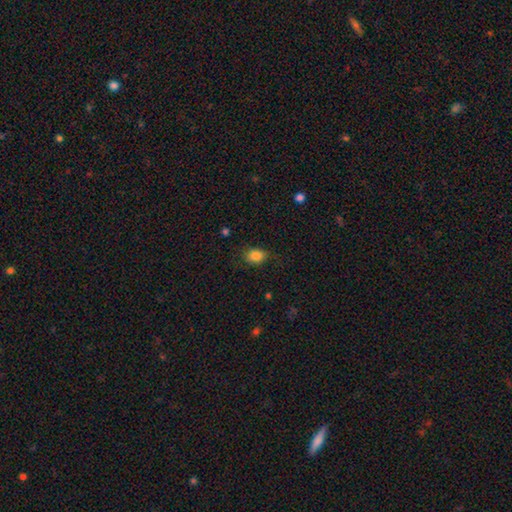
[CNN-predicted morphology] Smooth or featured: smooth — 85% (star or artifact — 10%)
How rounded: in between — 64% (round — 35%)
Merging: none — 74% (minor disturbance — 19%)